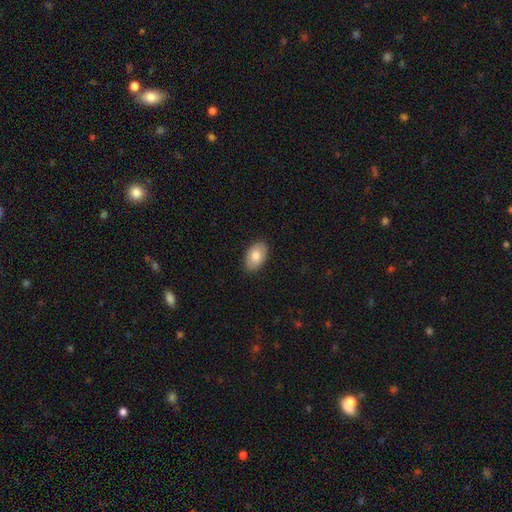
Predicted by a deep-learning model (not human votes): The model was most divided on "smooth or featured": smooth: 79%, featured or disk: 14%, star or artifact: 6%. More confident: how rounded — in between (91%); merging — none (88%).